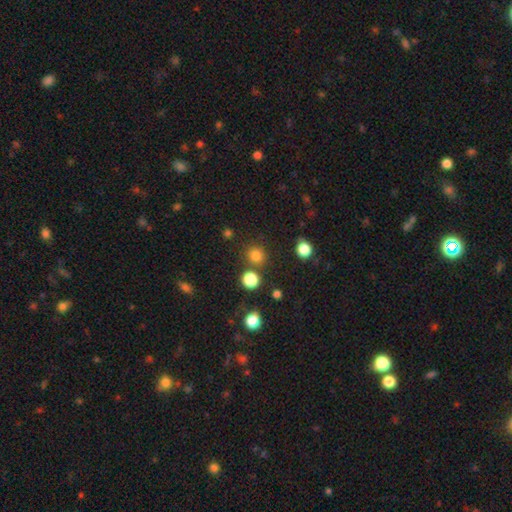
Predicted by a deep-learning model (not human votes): A smooth galaxy with no disk features (79%) that is round (91%).

Vote fractions:
- Smooth or featured? smooth: 79% / star or artifact: 16% / featured or disk: 4%
- How rounded? round: 91% / in between: 8% / cigar-shaped: 1%
- Merging? none: 81% / merger: 8% / minor disturbance: 7% / major disturbance: 3%